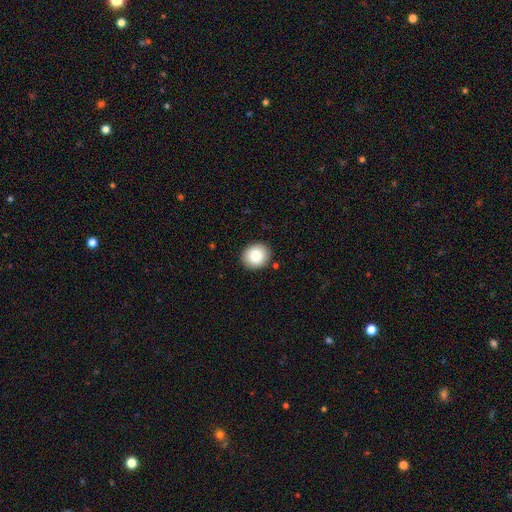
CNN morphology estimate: The model was most divided on "how rounded": round: 81%, in between: 18%, cigar-shaped: 1%. More confident: merging — none (89%); smooth or featured — smooth (84%).